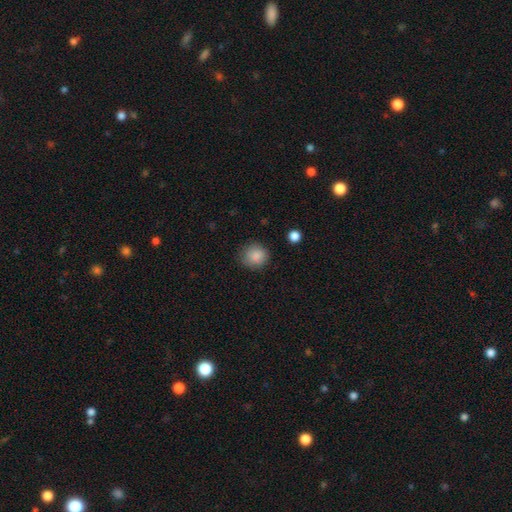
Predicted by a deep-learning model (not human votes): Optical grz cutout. It shows a smooth galaxy with no disk features (86%) that is round (88%). Merging: none (81%).